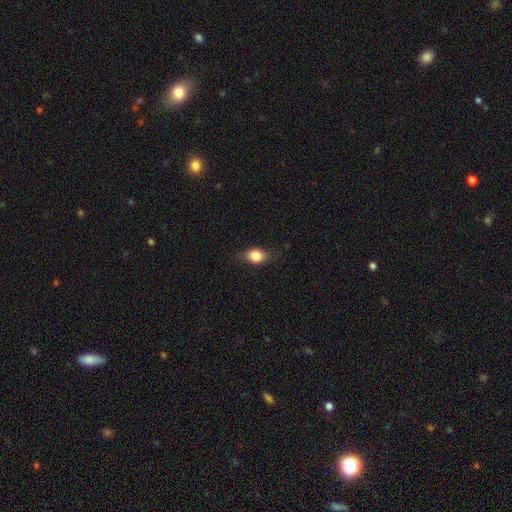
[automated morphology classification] Q: Smooth or featured?
A: smooth (79%); runner-up: featured or disk (12%)
Q: How rounded?
A: in between (67%); runner-up: round (30%)
Q: Merging?
A: none (75%); runner-up: minor disturbance (19%)